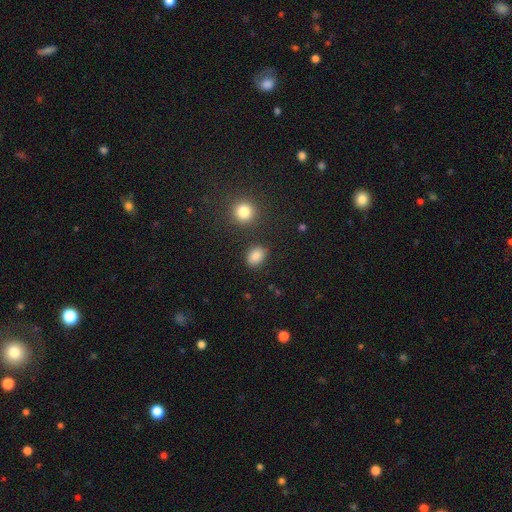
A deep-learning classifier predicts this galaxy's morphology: Overall: smooth (84%). How rounded: in between (63%; round 36%). Merging: none (83%).